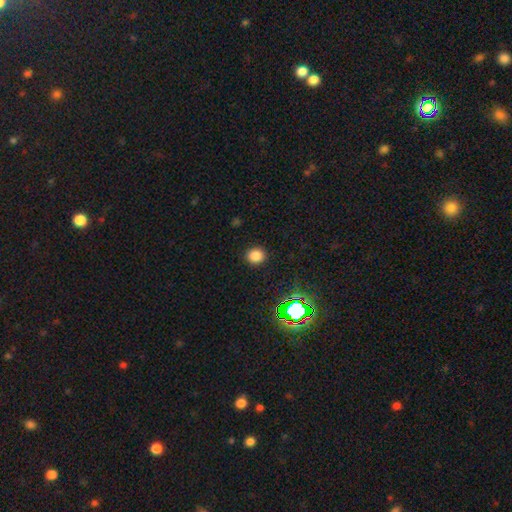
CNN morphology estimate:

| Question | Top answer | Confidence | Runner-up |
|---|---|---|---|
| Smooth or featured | smooth | 80% | star or artifact (16%) |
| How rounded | round | 79% | in between (20%) |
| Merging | none | 90% | minor disturbance (7%) |